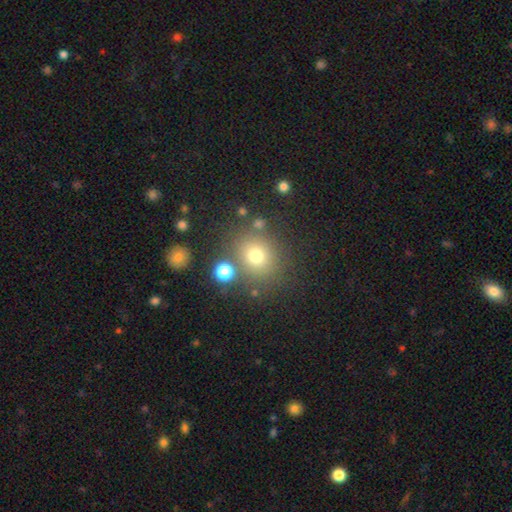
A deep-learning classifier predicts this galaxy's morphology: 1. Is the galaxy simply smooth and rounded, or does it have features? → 71% smooth, 19% star or artifact, 10% featured or disk.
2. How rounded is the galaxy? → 81% round, 18% in between, 1% cigar-shaped.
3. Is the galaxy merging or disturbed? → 78% none, 10% minor disturbance, 7% merger, 5% major disturbance.